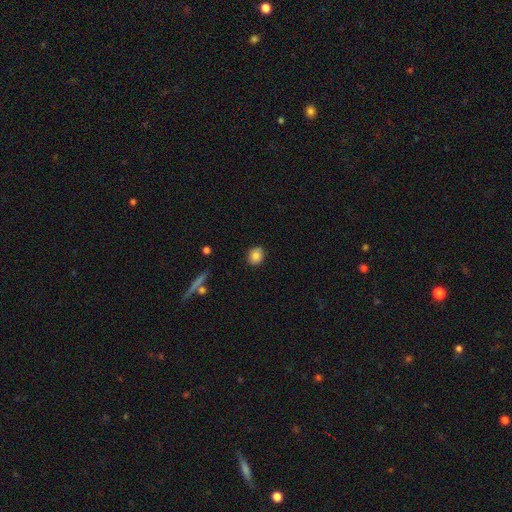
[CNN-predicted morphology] smooth 84%, star or artifact 9%, featured or disk 7%. Down the decision tree: how rounded — round (75%); merging — none (88%).